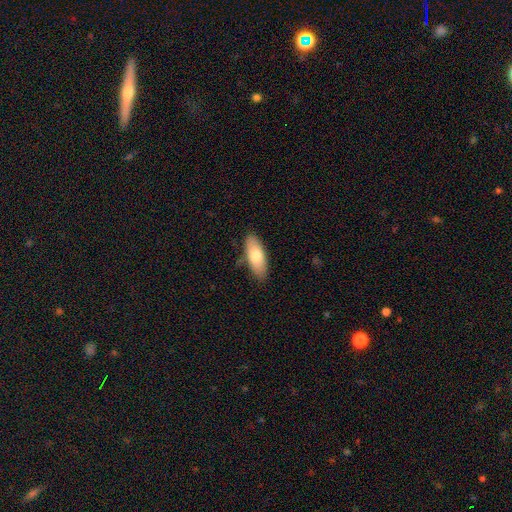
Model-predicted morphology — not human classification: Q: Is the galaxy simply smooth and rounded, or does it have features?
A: smooth — 75%.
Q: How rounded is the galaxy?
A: in between — 79%.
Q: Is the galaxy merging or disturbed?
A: none — 83%.